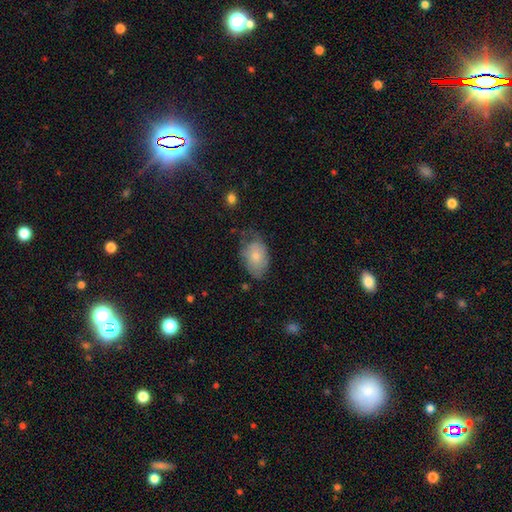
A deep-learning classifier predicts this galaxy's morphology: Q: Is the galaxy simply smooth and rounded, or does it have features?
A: smooth — 72%.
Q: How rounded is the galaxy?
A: in between — 87%.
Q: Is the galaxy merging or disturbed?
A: none — 47%.